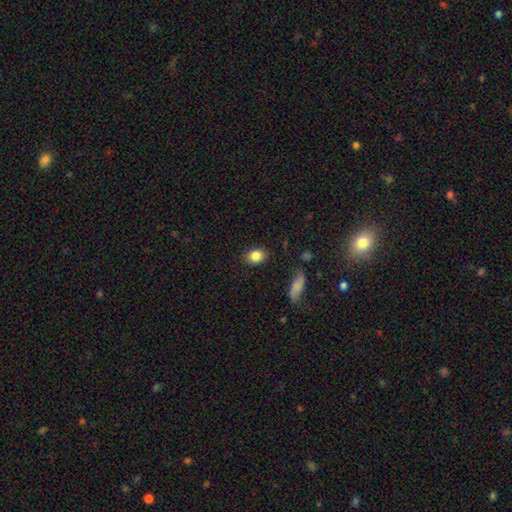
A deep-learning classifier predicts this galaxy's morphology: Q: Smooth or featured?
A: smooth (85%); runner-up: star or artifact (8%)
Q: How rounded?
A: in between (68%); runner-up: round (30%)
Q: Merging?
A: none (84%); runner-up: minor disturbance (11%)